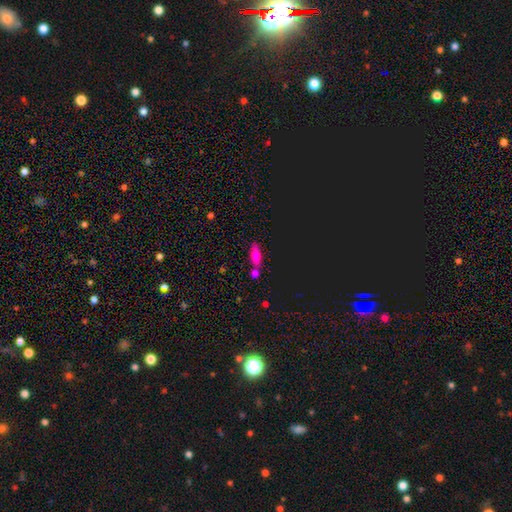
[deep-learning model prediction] smooth_or_featured: smooth (p=0.65) [alt: star or artifact p=0.19]
how_rounded: in between (p=0.65) [alt: cigar-shaped p=0.29]
merging: none (p=0.64) [alt: merger p=0.19]